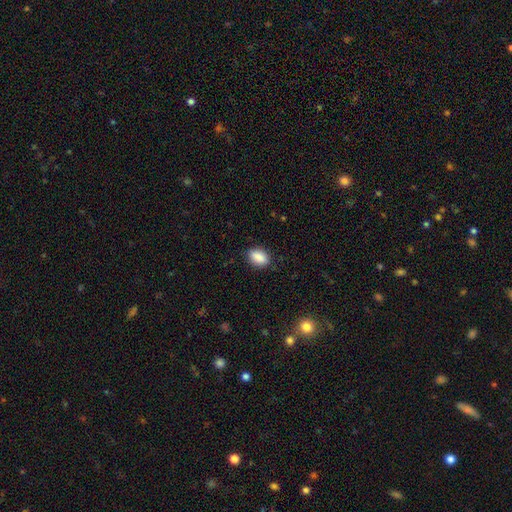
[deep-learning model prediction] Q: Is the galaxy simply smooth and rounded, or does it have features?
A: smooth — 89%.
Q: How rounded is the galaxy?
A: in between — 85%.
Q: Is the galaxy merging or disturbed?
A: none — 84%.